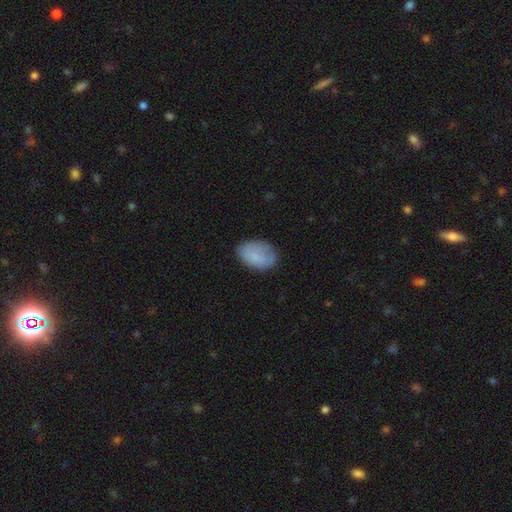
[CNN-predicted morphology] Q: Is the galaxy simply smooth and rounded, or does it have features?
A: smooth — 82%.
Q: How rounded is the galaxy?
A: in between — 86%.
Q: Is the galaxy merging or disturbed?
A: none — 73%.